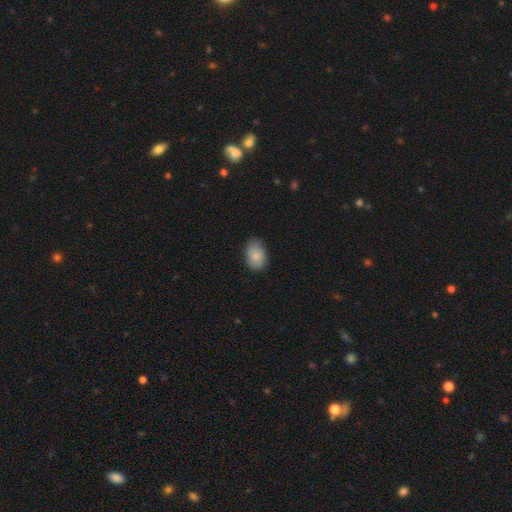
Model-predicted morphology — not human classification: smooth_or_featured: smooth (p=0.83) [alt: featured or disk p=0.10]
how_rounded: in between (p=0.85) [alt: round p=0.14]
merging: none (p=0.73) [alt: minor disturbance p=0.22]